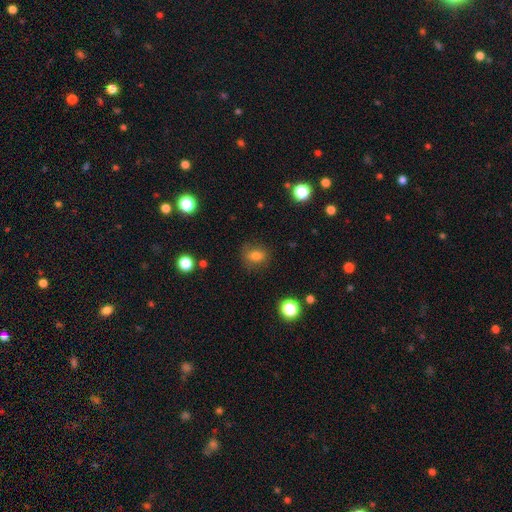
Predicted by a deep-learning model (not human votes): smooth-or-featured: smooth: 78% | star or artifact: 13% | featured or disk: 9%
  how-rounded: round: 52% | in between: 47% | cigar-shaped: 1%
  merging: none: 80% | minor disturbance: 14% | major disturbance: 5% | merger: 2%